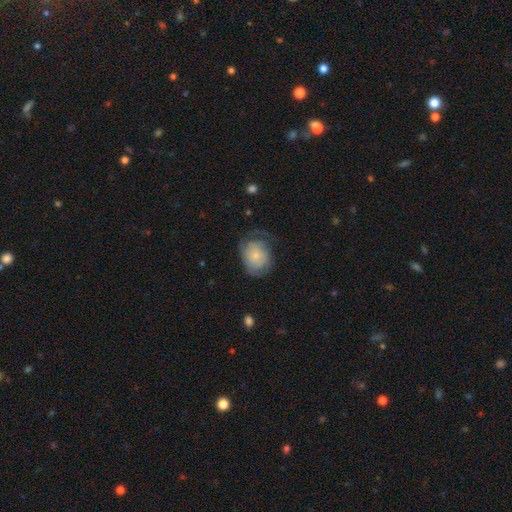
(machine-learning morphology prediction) Smooth or featured? Predicted: smooth (p=0.63). How rounded? Predicted: round (p=0.55). Merging? Predicted: none (p=0.43).